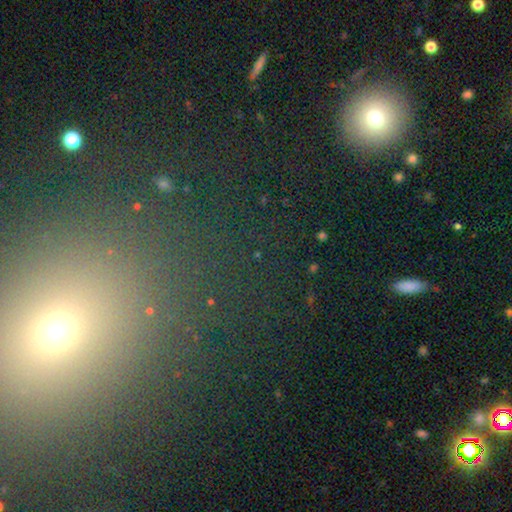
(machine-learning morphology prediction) This is possibly a star or artifact rather than a galaxy (56%).